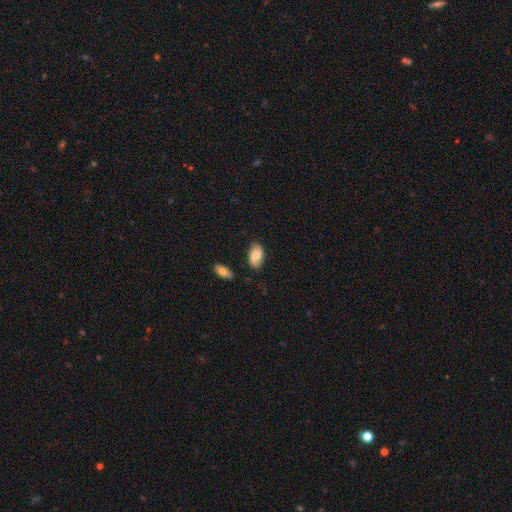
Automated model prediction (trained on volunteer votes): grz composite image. It shows a smooth galaxy with no disk features (57%) that is in between round and cigar-shaped (92%). Merging: none (76%).